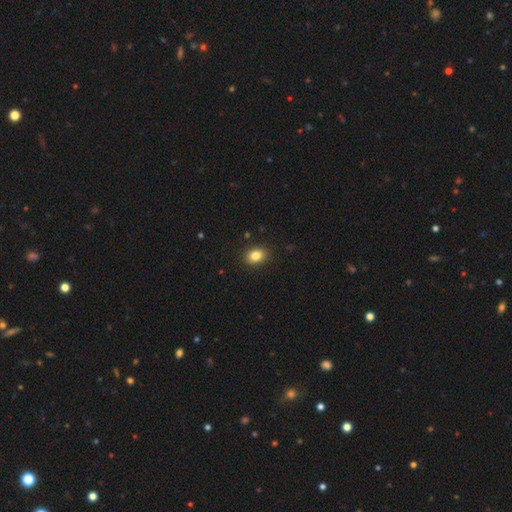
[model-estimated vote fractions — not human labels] A smooth galaxy with no disk features (84%) that is in between round and cigar-shaped (65%).

Vote fractions:
- Smooth or featured? smooth: 84% / star or artifact: 10% / featured or disk: 6%
- How rounded? in between: 65% / round: 34% / cigar-shaped: 1%
- Merging? none: 89% / minor disturbance: 8% / major disturbance: 2% / merger: 1%